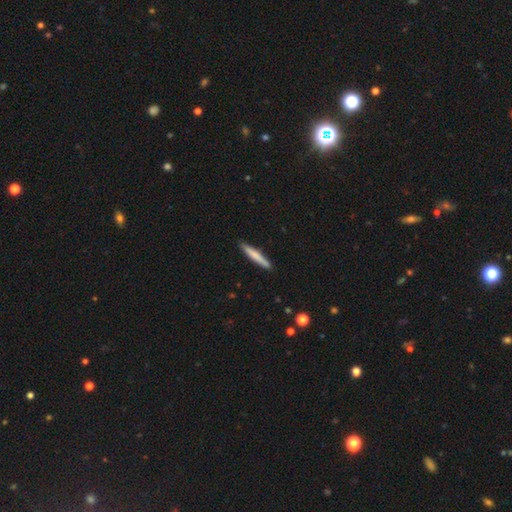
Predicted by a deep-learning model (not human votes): Overall: smooth (73%). How rounded: cigar-shaped (95%). Merging: none (90%).